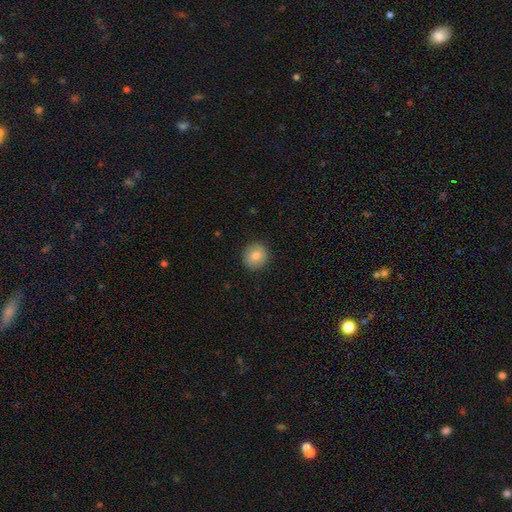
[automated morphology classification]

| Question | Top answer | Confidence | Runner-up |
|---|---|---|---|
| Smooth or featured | smooth | 83% | featured or disk (9%) |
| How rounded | round | 89% | in between (10%) |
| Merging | none | 91% | minor disturbance (6%) |